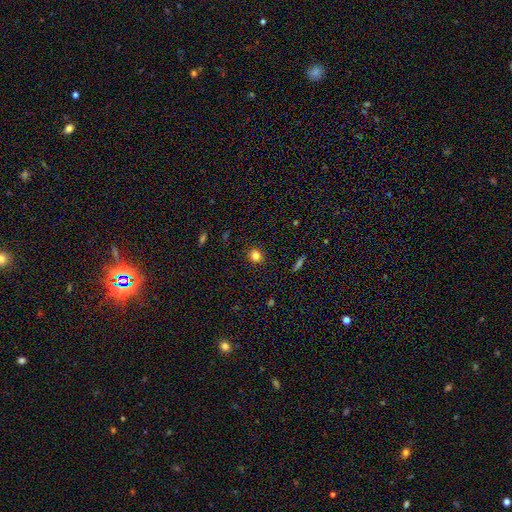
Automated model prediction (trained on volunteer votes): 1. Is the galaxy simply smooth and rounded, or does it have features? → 81% smooth, 13% star or artifact, 6% featured or disk.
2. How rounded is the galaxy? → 85% round, 14% in between, 1% cigar-shaped.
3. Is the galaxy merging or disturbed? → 91% none, 6% minor disturbance, 2% major disturbance, 1% merger.